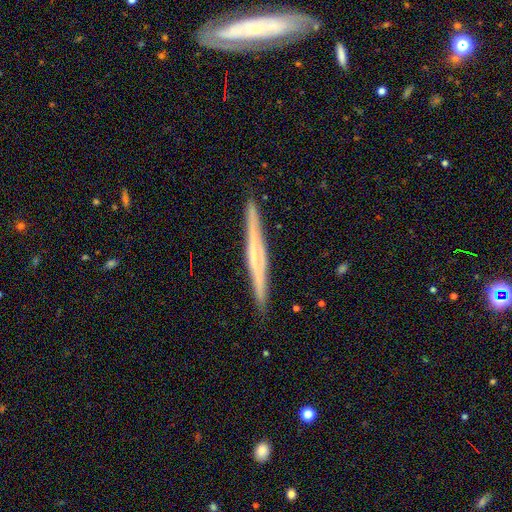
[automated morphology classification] Smooth or featured: featured or disk — 69% (smooth — 25%)
Edge-on disk: yes — 97% (no — 3%)
Edge-on bulge: none — 48% (rounded — 38%)
Merging: none — 91% (minor disturbance — 7%)